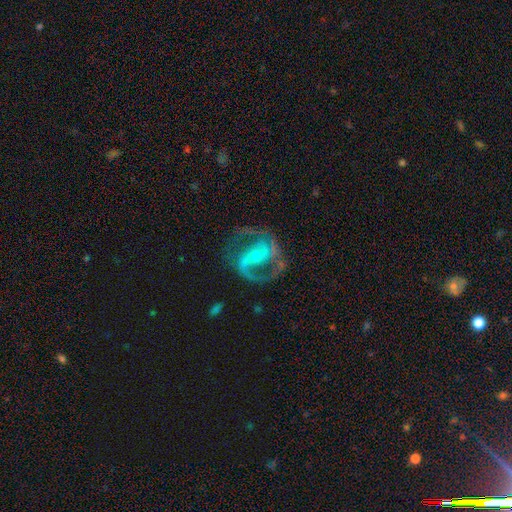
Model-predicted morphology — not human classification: Smooth or featured? featured or disk (90%)
Edge-on disk? no (98%)
Bar? weak (37%)
Spiral arms? yes (96%)
Spiral winding? medium (60%)
Spiral arm count? 2 (87%)
Bulge size? small (64%)
Merging? none (70%)